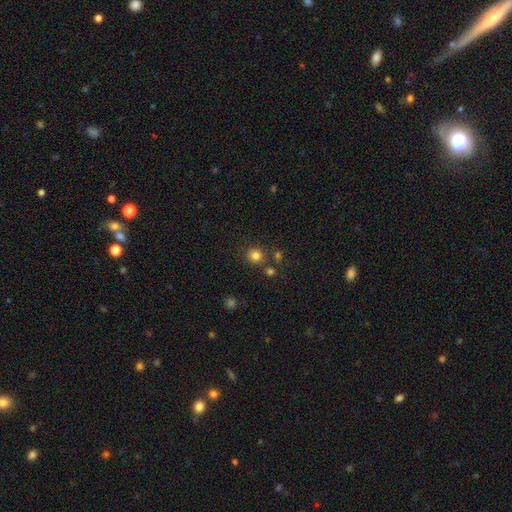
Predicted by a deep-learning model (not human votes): Q: Smooth or featured?
A: smooth (79%); runner-up: star or artifact (16%)
Q: How rounded?
A: round (89%); runner-up: in between (10%)
Q: Merging?
A: none (79%); runner-up: merger (9%)